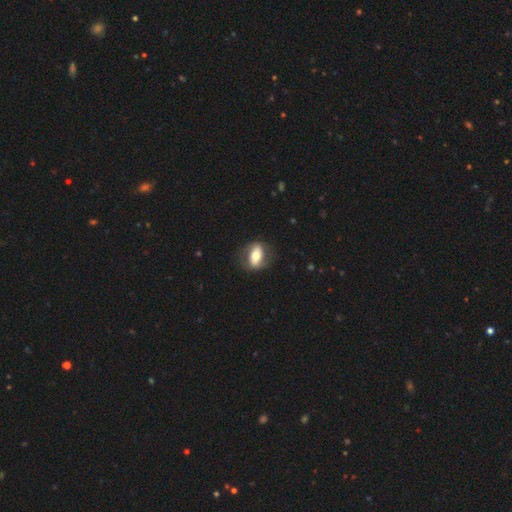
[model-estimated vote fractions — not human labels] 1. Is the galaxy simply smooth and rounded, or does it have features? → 49% smooth, 45% featured or disk, 6% star or artifact.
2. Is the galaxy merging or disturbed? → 75% none, 16% minor disturbance, 8% major disturbance, 1% merger.